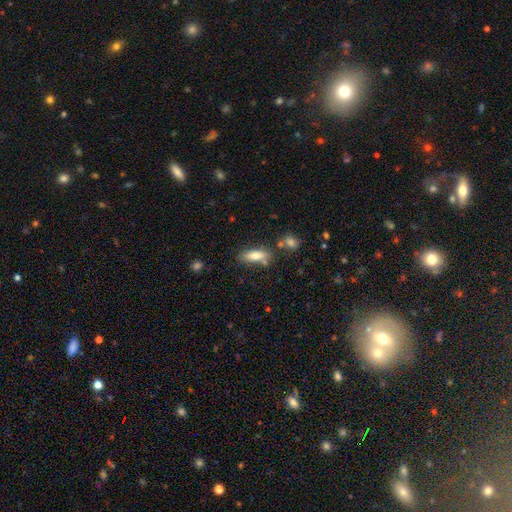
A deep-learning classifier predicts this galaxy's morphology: Smooth or featured? smooth (75%)
How rounded? in between (58%)
Merging? none (69%)